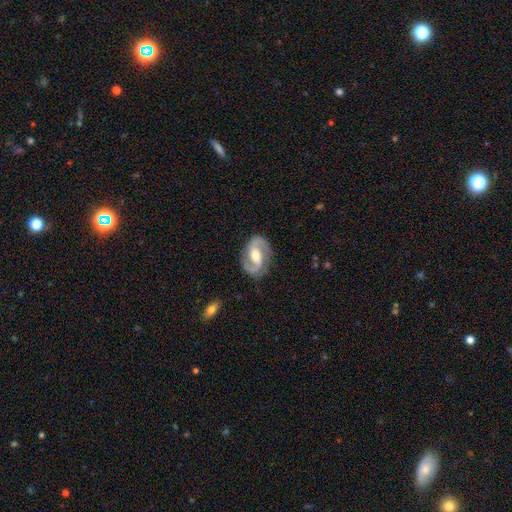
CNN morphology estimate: Smooth or featured?
  - featured or disk: 87% *
  - smooth: 8%
  - star or artifact: 4%
Edge-on disk?
  - no: 97% *
  - yes: 3%
Bar?
  - weak: 45% *
  - strong: 33%
  - no: 22%
Spiral arms?
  - yes: 96% *
  - no: 4%
Spiral winding?
  - medium: 55% *
  - tight: 24%
  - loose: 21%
Spiral arm count?
  - 2: 92% *
  - can't tell: 3%
  - 1: 2%
  - 3: 1%
  - 4: 1%
  - more than 4: 1%
Bulge size?
  - moderate: 67% *
  - small: 19%
  - large: 12%
  - none: 2%
  - dominant: 1%
Merging?
  - none: 83% *
  - minor disturbance: 12%
  - major disturbance: 4%
  - merger: 1%